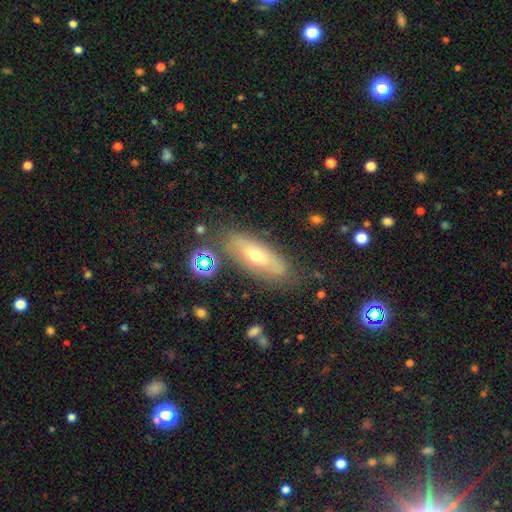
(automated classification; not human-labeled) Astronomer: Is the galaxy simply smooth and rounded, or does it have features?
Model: smooth — 51% (runner-up: featured or disk, 40%).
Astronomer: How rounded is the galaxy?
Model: in between — 62%.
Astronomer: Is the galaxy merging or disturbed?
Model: none — 75%.